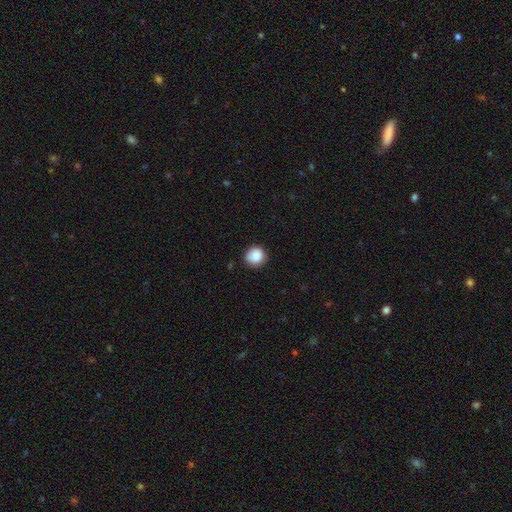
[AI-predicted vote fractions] Smooth or featured? Predicted: smooth (p=0.87). How rounded? Predicted: round (p=0.90). Merging? Predicted: none (p=0.80).